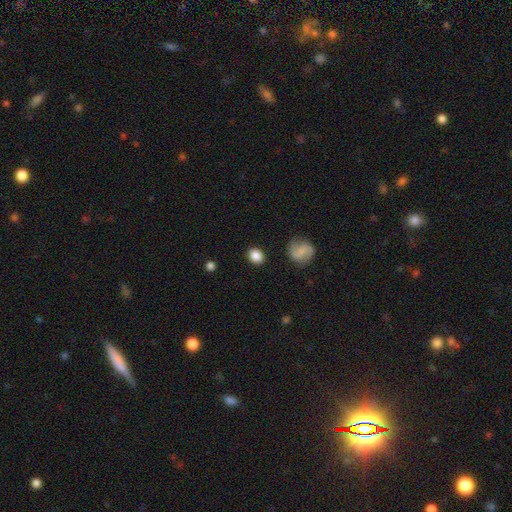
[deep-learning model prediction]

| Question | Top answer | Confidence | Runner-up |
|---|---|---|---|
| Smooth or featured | smooth | 84% | star or artifact (8%) |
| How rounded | round | 52% | in between (47%) |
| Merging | none | 86% | minor disturbance (9%) |